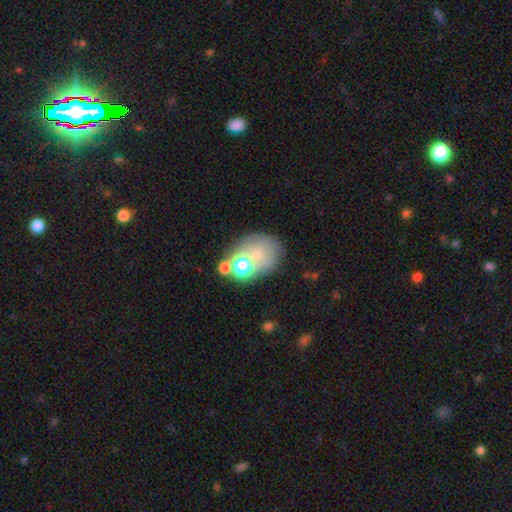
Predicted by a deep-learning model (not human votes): A smooth galaxy with no disk features (56%) that is round (50%).

Vote fractions:
- Smooth or featured? smooth: 56% / featured or disk: 24% / star or artifact: 20%
- How rounded? round: 50% / in between: 49% / cigar-shaped: 1%
- Merging? none: 42% / merger: 24% / minor disturbance: 18% / major disturbance: 16%